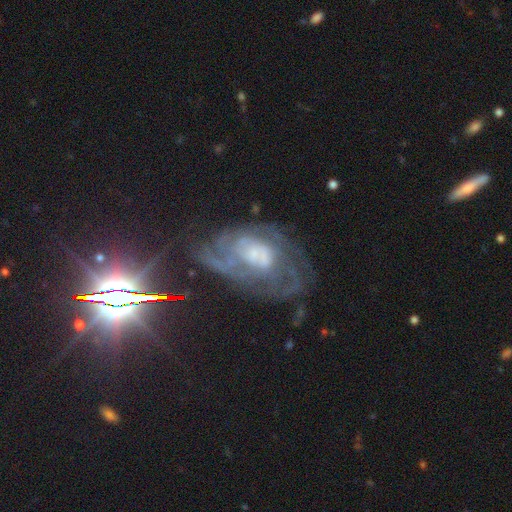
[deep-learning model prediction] Q: Smooth or featured?
A: featured or disk (72%); runner-up: star or artifact (16%)
Q: Edge-on disk?
A: no (95%); runner-up: yes (5%)
Q: Bar?
A: no (72%); runner-up: weak (22%)
Q: Spiral arms?
A: yes (81%); runner-up: no (19%)
Q: Spiral winding?
A: tight (51%); runner-up: medium (35%)
Q: Spiral arm count?
A: can't tell (51%); runner-up: 2 (21%)
Q: Bulge size?
A: small (38%); runner-up: moderate (27%)
Q: Merging?
A: none (54%); runner-up: major disturbance (22%)